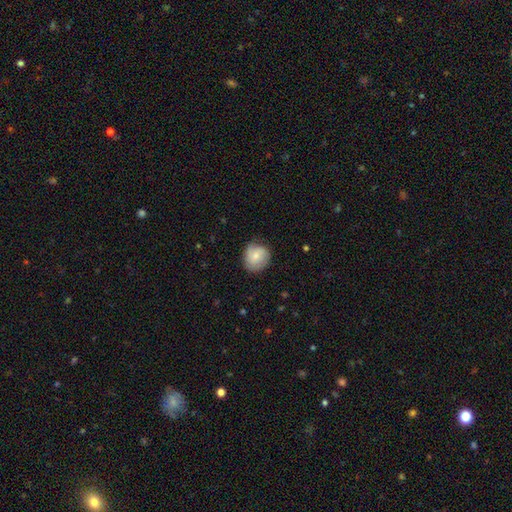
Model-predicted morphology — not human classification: This is likely a smooth galaxy (67%). How rounded: clearly round (80%). Merging: likely none (69%).